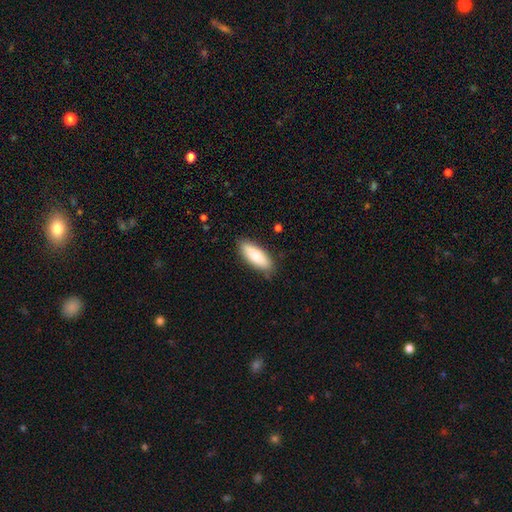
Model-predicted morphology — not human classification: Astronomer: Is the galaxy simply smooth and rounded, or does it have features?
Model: smooth — 83%.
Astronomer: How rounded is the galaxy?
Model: in between — 71%.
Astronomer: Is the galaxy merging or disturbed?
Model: none — 83%.